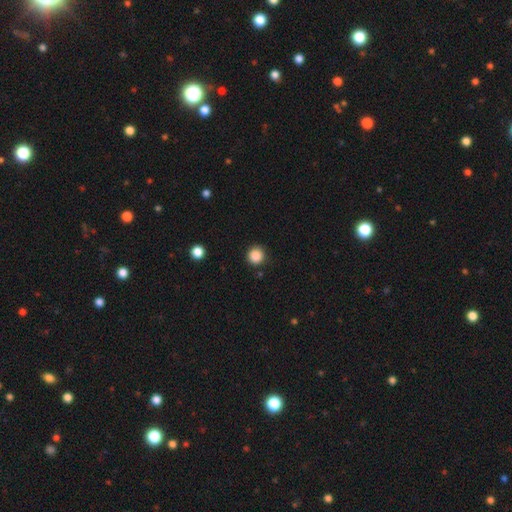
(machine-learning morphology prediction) Smooth or featured? Predicted: smooth (p=0.87). How rounded? Predicted: round (p=0.95). Merging? Predicted: none (p=0.90).